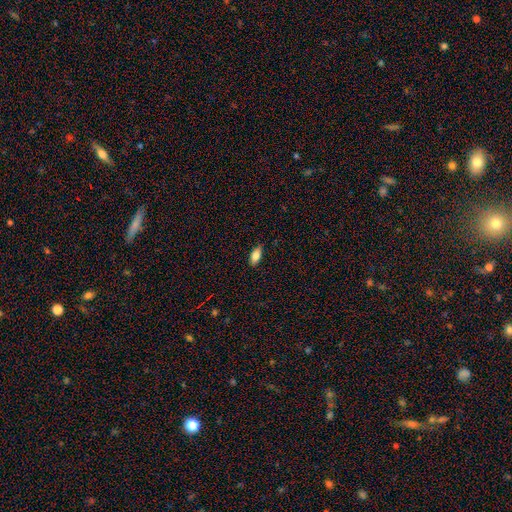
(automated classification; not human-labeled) smooth-or-featured: smooth: 79% | featured or disk: 13% | star or artifact: 7%
  how-rounded: in between: 86% | cigar-shaped: 11% | round: 3%
  merging: none: 86% | minor disturbance: 11% | major disturbance: 2% | merger: 1%